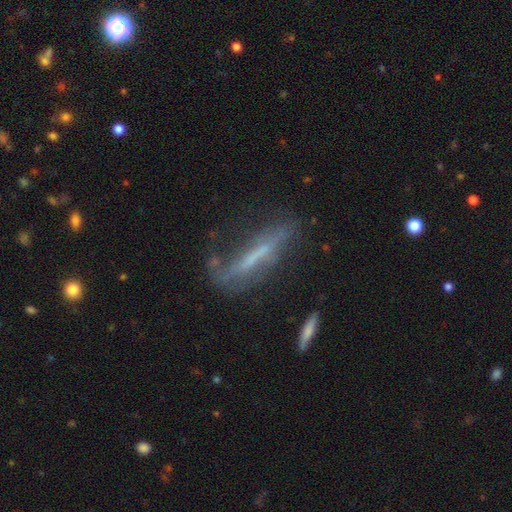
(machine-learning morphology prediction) A featured or disk galaxy (58%) viewed edge-on (60%).

Vote fractions:
- Smooth or featured? featured or disk: 58% / smooth: 31% / star or artifact: 11%
- Edge-on disk? yes: 60% / no: 40%
- Merging? none: 51% / minor disturbance: 25% / major disturbance: 19% / merger: 5%